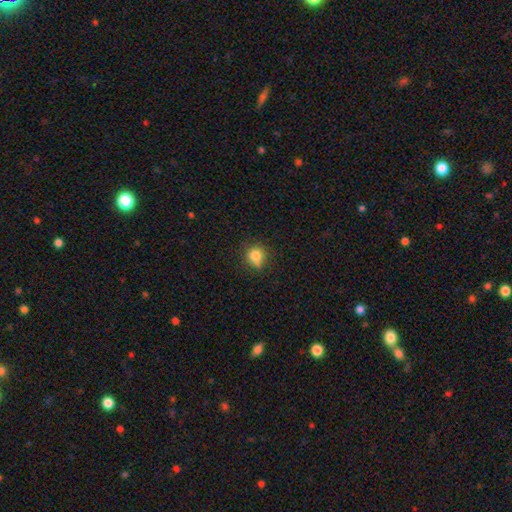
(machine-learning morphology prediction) smooth 79%, star or artifact 13%, featured or disk 9%. Down the decision tree: how rounded — round (78%); merging — none (64%).